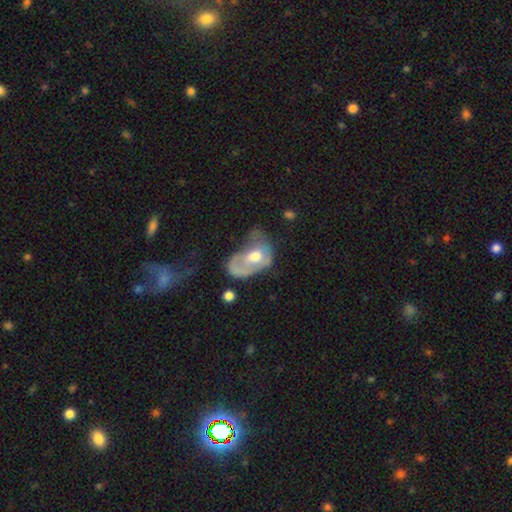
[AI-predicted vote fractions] A featured or disk galaxy (47%).

Vote fractions:
- Smooth or featured? featured or disk: 47% / smooth: 46% / star or artifact: 7%
- Merging? major disturbance: 53% / minor disturbance: 24% / none: 16% / merger: 7%